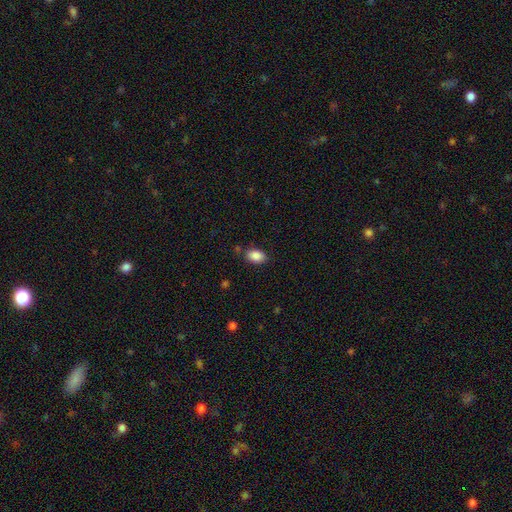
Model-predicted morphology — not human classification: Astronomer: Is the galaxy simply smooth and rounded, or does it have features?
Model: smooth — 88%.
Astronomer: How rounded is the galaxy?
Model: in between — 88%.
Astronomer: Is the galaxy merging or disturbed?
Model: none — 82%.